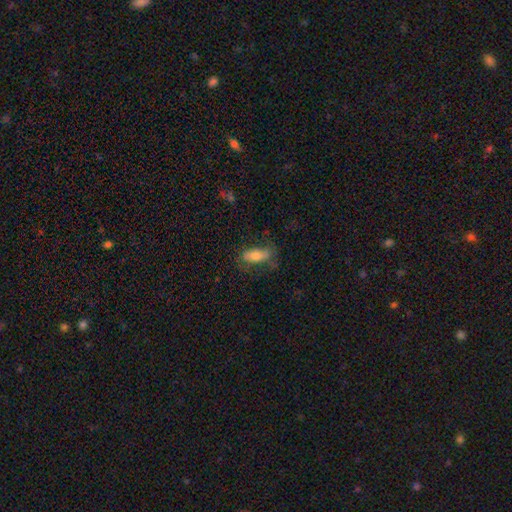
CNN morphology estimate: Smooth or featured? smooth (65%)
How rounded? in between (72%)
Merging? none (64%)